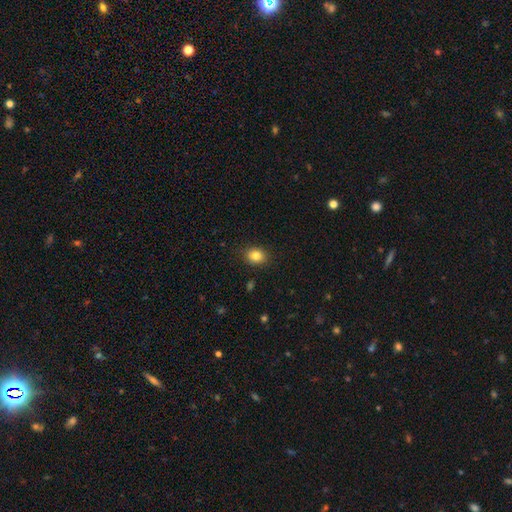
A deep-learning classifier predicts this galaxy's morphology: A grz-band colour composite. It shows a smooth galaxy with no disk features (83%) that is in between round and cigar-shaped (53%). Merging: none (88%).